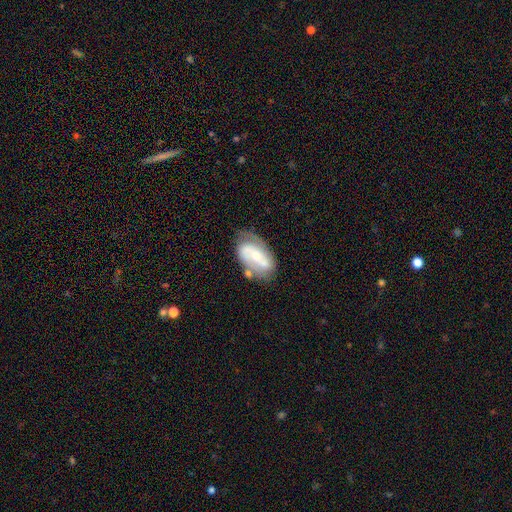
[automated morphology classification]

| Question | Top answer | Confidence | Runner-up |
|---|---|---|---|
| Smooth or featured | featured or disk | 74% | smooth (20%) |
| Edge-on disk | no | 95% | yes (5%) |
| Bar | no | 35% | weak (34%) |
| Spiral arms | yes | 85% | no (15%) |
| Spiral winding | medium | 42% | loose (29%) |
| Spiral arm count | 2 | 79% | can't tell (11%) |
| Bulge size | small | 51% | moderate (44%) |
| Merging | none | 59% | minor disturbance (23%) |